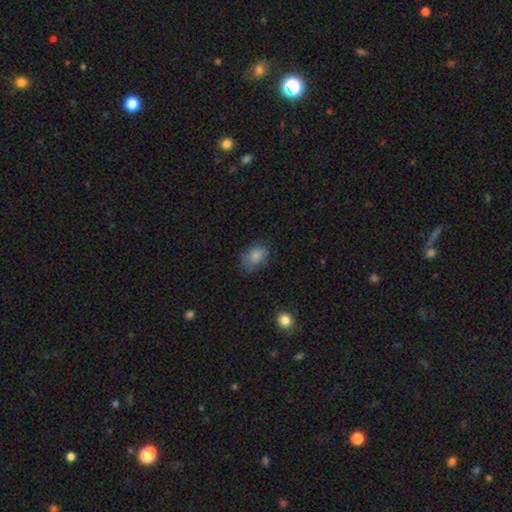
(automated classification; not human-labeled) smooth_or_featured: smooth (p=0.83) [alt: star or artifact p=0.09]
how_rounded: in between (p=0.78) [alt: round p=0.21]
merging: none (p=0.69) [alt: minor disturbance p=0.23]